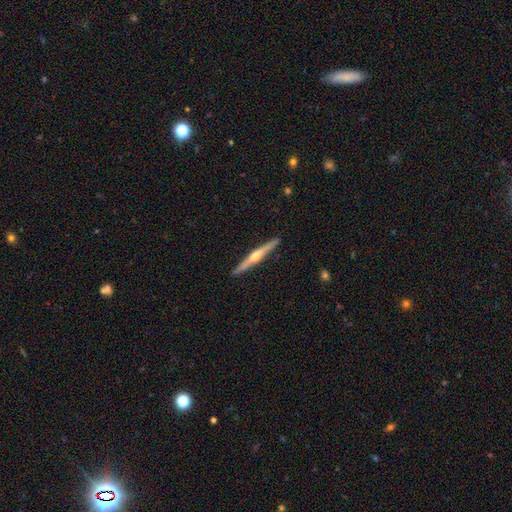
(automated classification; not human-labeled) This appears to be a featured or disk galaxy (76%) viewed edge-on (98%) with a rounded central bulge (89%). Merging: none (92%).